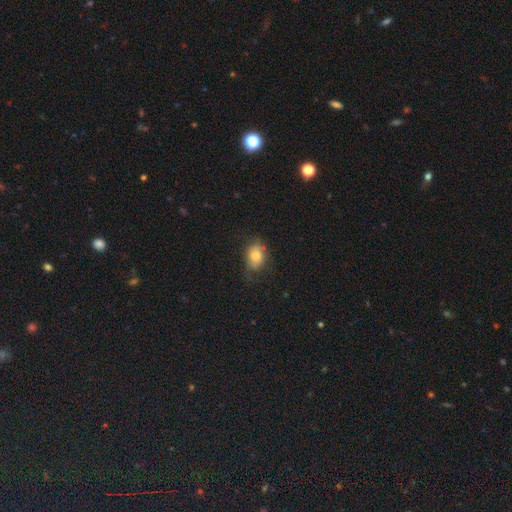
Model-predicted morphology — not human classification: A smooth galaxy with no disk features (75%) that is in between round and cigar-shaped (72%).

Vote fractions:
- Smooth or featured? smooth: 75% / featured or disk: 16% / star or artifact: 9%
- How rounded? in between: 72% / round: 27% / cigar-shaped: 2%
- Merging? none: 57% / minor disturbance: 29% / major disturbance: 12% / merger: 2%